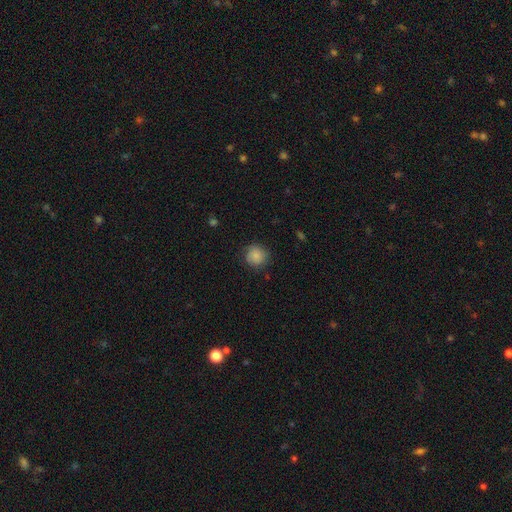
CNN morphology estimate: Q: Smooth or featured?
A: smooth (86%); runner-up: star or artifact (8%)
Q: How rounded?
A: round (92%); runner-up: in between (8%)
Q: Merging?
A: none (82%); runner-up: minor disturbance (14%)